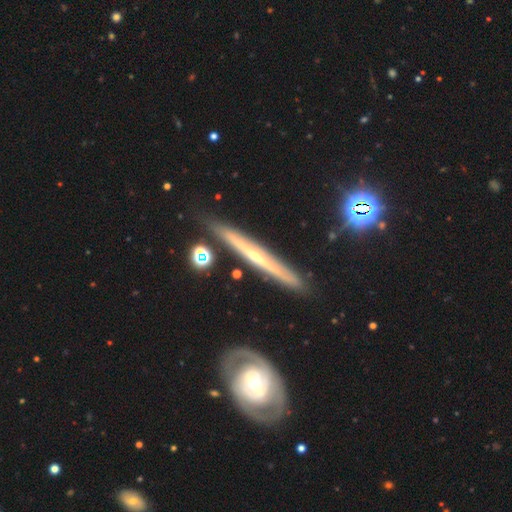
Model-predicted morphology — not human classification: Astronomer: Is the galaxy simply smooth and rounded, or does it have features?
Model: featured or disk — 75%.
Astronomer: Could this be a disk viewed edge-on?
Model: yes — 94%.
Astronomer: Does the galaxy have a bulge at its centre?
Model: rounded — 62%.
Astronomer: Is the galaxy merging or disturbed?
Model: none — 86%.